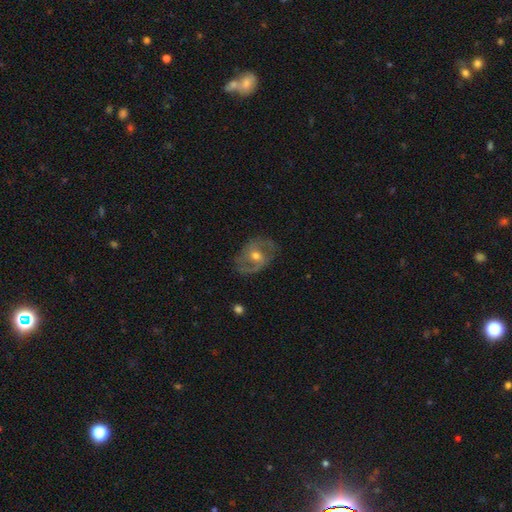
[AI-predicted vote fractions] Smooth or featured?
  - featured or disk: 75% *
  - smooth: 17%
  - star or artifact: 8%
Edge-on disk?
  - no: 96% *
  - yes: 4%
Bar?
  - no: 51% *
  - weak: 36%
  - strong: 13%
Spiral arms?
  - yes: 81% *
  - no: 19%
Spiral winding?
  - medium: 48% *
  - tight: 27%
  - loose: 25%
Spiral arm count?
  - 2: 79% *
  - can't tell: 12%
  - 1: 4%
  - 3: 3%
  - 4: 1%
  - more than 4: 1%
Bulge size?
  - moderate: 67% *
  - small: 27%
  - large: 4%
  - none: 1%
  - dominant: 1%
Merging?
  - none: 74% *
  - minor disturbance: 17%
  - major disturbance: 7%
  - merger: 1%